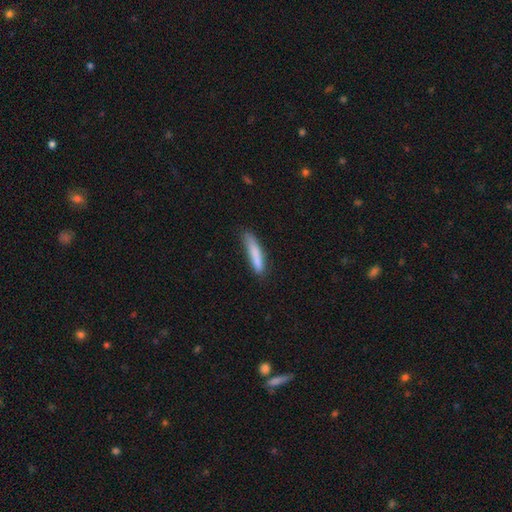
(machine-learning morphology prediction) Smooth or featured?
  - smooth: 82% *
  - featured or disk: 11%
  - star or artifact: 7%
How rounded?
  - cigar-shaped: 88% *
  - in between: 10%
  - round: 1%
Merging?
  - none: 70% *
  - minor disturbance: 23%
  - major disturbance: 5%
  - merger: 2%